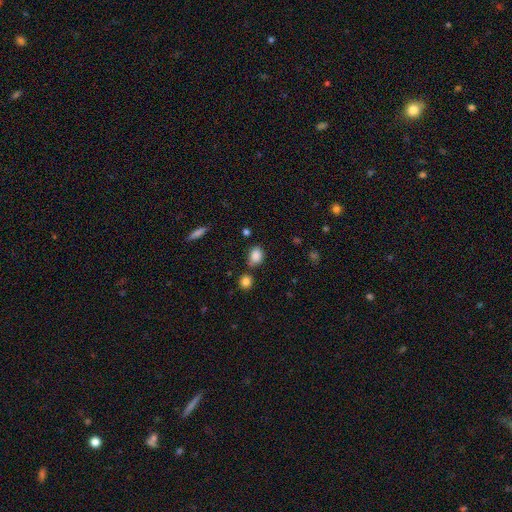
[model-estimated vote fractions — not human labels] Smooth or featured?
  - smooth: 86% *
  - star or artifact: 9%
  - featured or disk: 5%
How rounded?
  - in between: 65% *
  - round: 33%
  - cigar-shaped: 2%
Merging?
  - none: 65% *
  - minor disturbance: 19%
  - merger: 12%
  - major disturbance: 5%